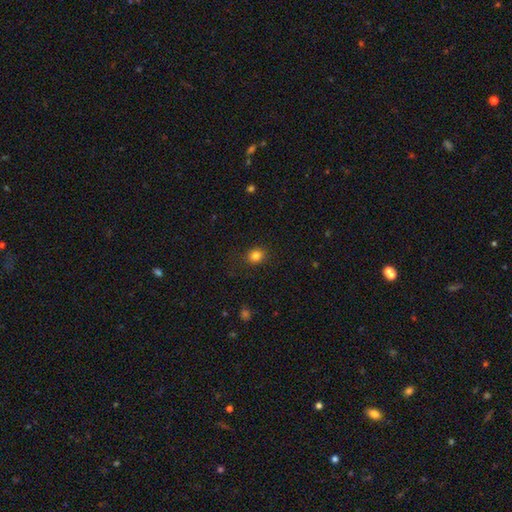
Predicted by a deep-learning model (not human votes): This is clearly a smooth galaxy (83%). How rounded: likely round (67%). Merging: clearly none (87%).